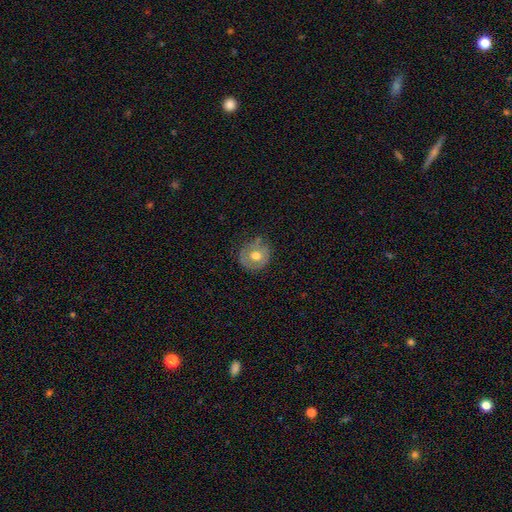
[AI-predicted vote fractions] Overall: smooth (61%; featured or disk 31%). How rounded: round (87%). Merging: none (70%).